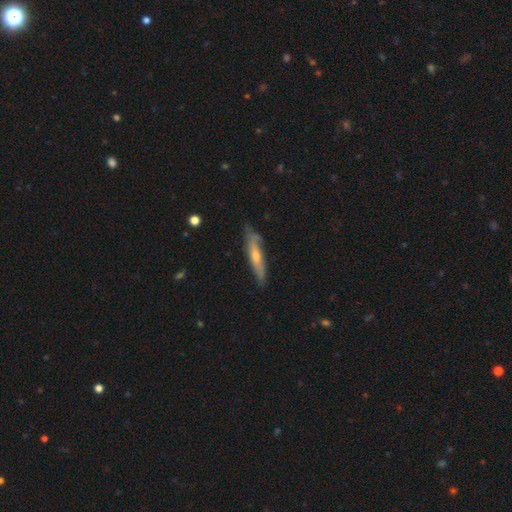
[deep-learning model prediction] Smooth or featured? featured or disk (57%)
Edge-on disk? yes (77%)
Merging? none (73%)